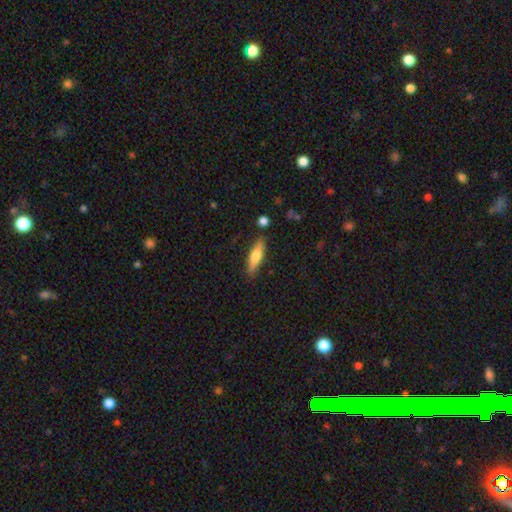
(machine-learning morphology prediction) This is possibly a smooth galaxy (57%). How rounded: likely cigar-shaped (66%). Merging: clearly none (85%).